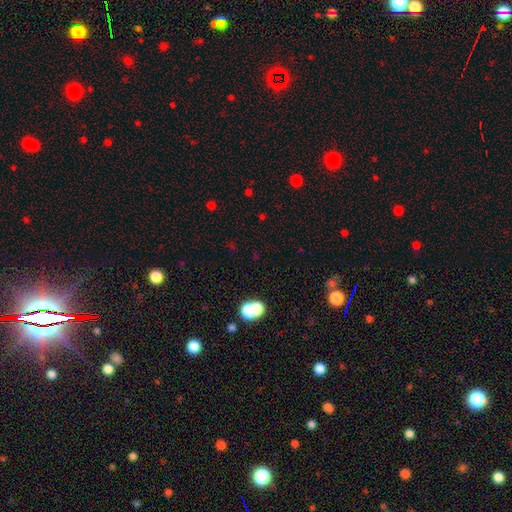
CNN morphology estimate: smooth 57%, star or artifact 31%, featured or disk 13%. Down the decision tree: how rounded — round (72%); merging — none (53%).